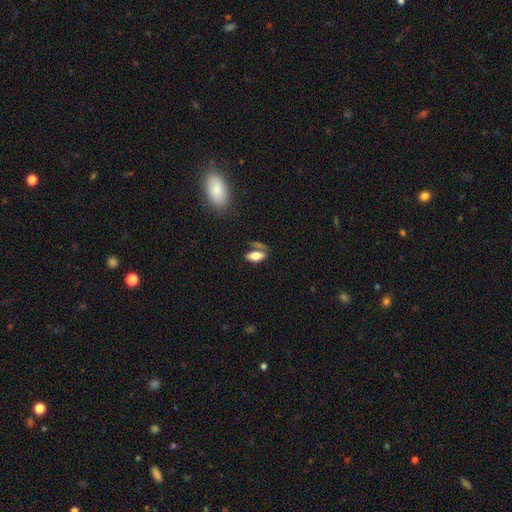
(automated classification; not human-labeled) smooth 73%, featured or disk 18%, star or artifact 9%. Down the decision tree: how rounded — in between (84%); merging — none (55%).